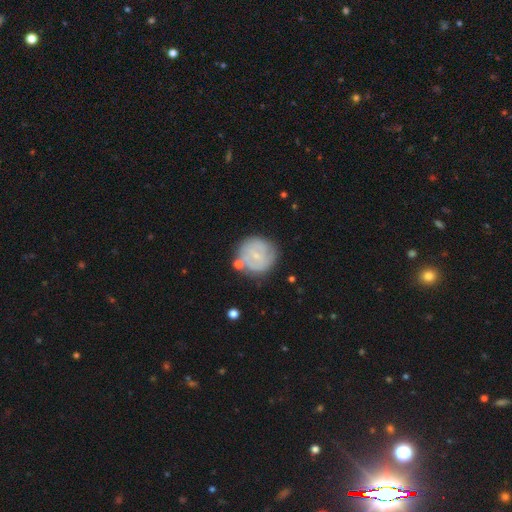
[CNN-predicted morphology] Smooth or featured? Predicted: featured or disk (p=0.55). Edge-on disk? Predicted: no (p=0.97). Bar? Predicted: no (p=0.53). Spiral arms? Predicted: yes (p=0.70). Bulge size? Predicted: small (p=0.74). Merging? Predicted: none (p=0.69).